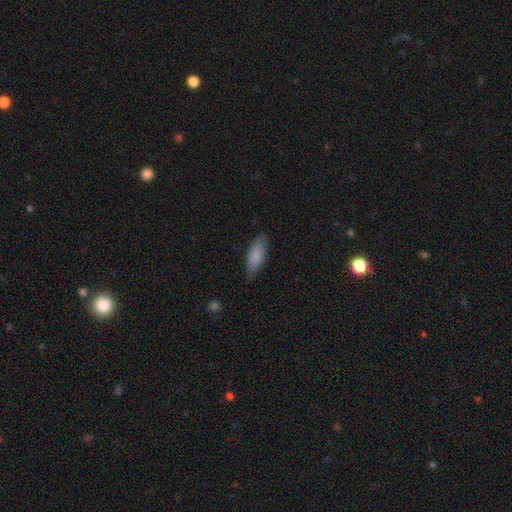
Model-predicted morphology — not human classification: Smooth or featured? smooth (85%)
How rounded? in between (76%)
Merging? none (77%)